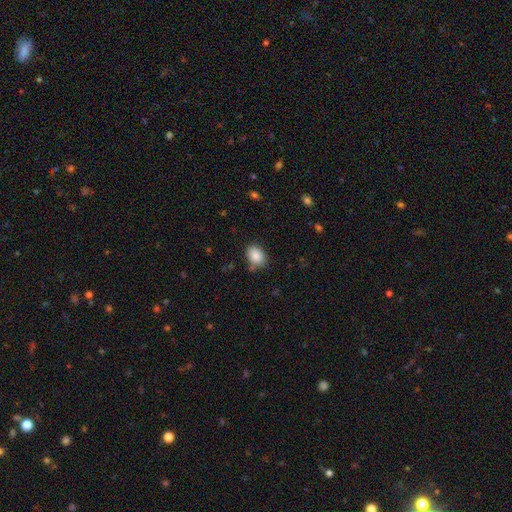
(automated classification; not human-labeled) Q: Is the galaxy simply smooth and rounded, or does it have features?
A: smooth — 86%.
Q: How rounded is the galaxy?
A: in between — 71%.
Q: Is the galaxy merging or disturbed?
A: none — 77%.